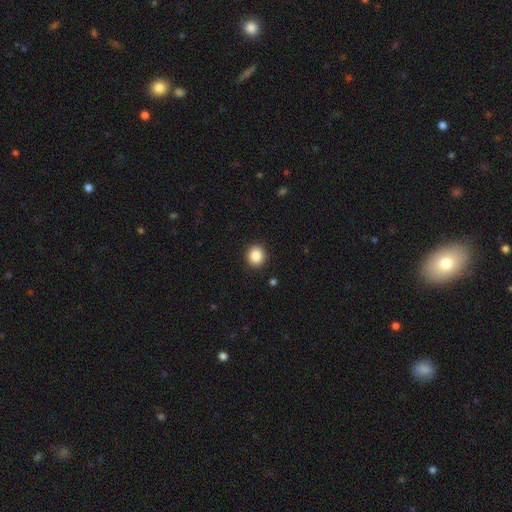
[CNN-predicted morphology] Smooth or featured? Predicted: smooth (p=0.87). How rounded? Predicted: round (p=0.86). Merging? Predicted: none (p=0.92).